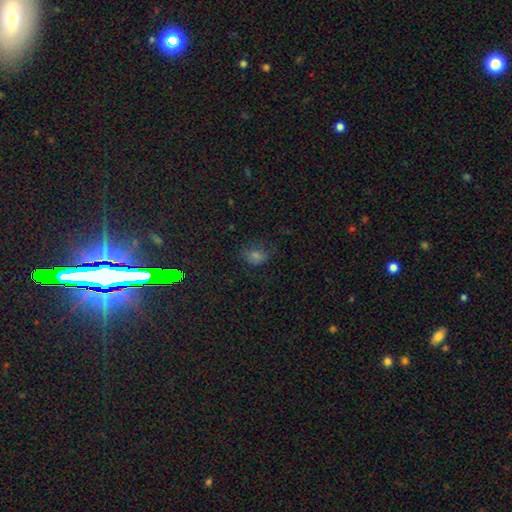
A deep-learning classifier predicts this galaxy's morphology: smooth 53%, star or artifact 34%, featured or disk 13%. Down the decision tree: how rounded — in between (55%); merging — none (66%).